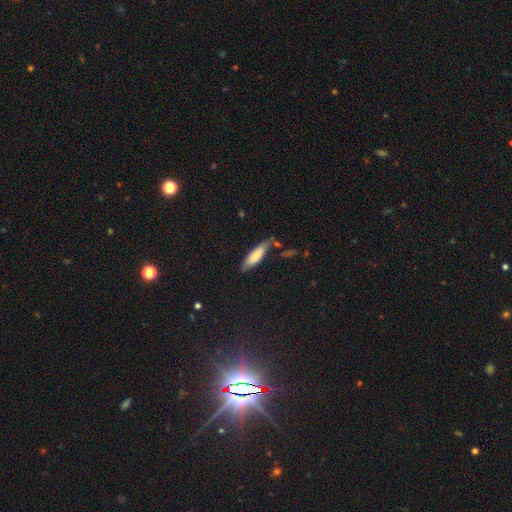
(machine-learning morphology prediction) A smooth galaxy with no disk features (76%) that is cigar-shaped (59%).

Vote fractions:
- Smooth or featured? smooth: 76% / featured or disk: 17% / star or artifact: 7%
- How rounded? cigar-shaped: 59% / in between: 39% / round: 2%
- Merging? none: 67% / minor disturbance: 21% / merger: 7% / major disturbance: 5%